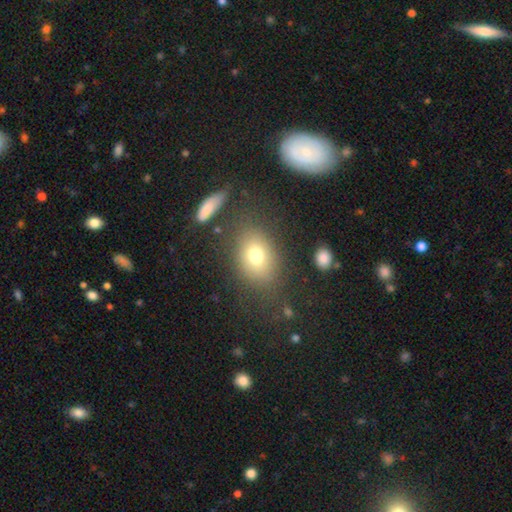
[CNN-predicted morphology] smooth 74%, featured or disk 14%, star or artifact 12%. Down the decision tree: how rounded — in between (64%); merging — none (74%).